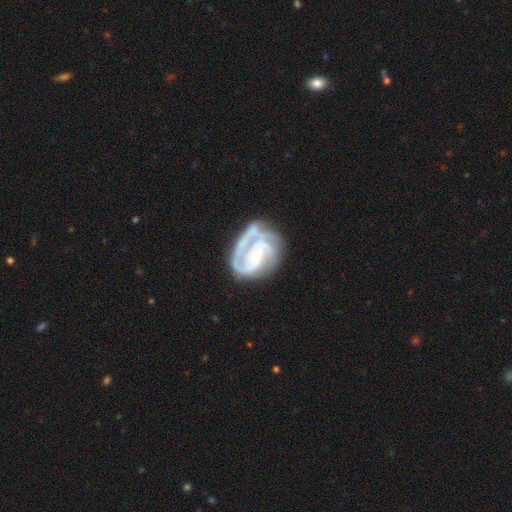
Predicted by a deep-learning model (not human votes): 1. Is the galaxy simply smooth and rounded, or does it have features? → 89% featured or disk, 6% smooth, 5% star or artifact.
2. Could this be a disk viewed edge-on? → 98% no, 2% yes.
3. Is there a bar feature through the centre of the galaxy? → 52% no, 35% weak, 13% strong.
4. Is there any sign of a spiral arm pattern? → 97% yes, 3% no.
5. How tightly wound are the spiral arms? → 57% tight, 35% medium, 7% loose.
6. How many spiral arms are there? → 35% 2, 33% 3, 16% can't tell, 6% 4, 6% 1, 4% more than 4.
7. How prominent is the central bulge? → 65% small, 31% moderate, 1% none, 1% large, 1% dominant.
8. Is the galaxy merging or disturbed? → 55% none, 25% minor disturbance, 16% major disturbance, 5% merger.